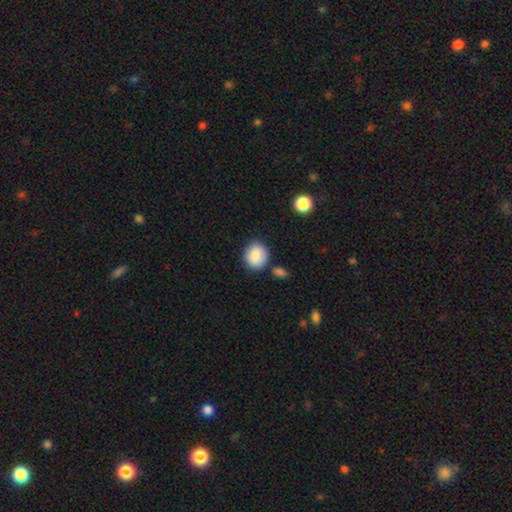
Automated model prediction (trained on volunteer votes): This appears to be a smooth galaxy with no disk features (88%) that is round (70%). Merging: none (75%).